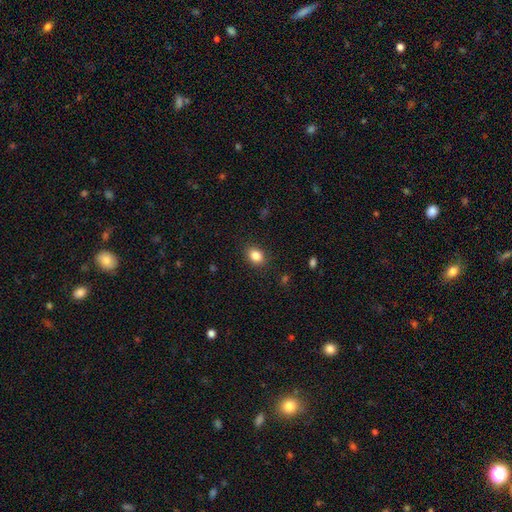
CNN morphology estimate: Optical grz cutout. It shows a smooth galaxy with no disk features (85%) that is in between round and cigar-shaped (58%). Merging: none (88%).